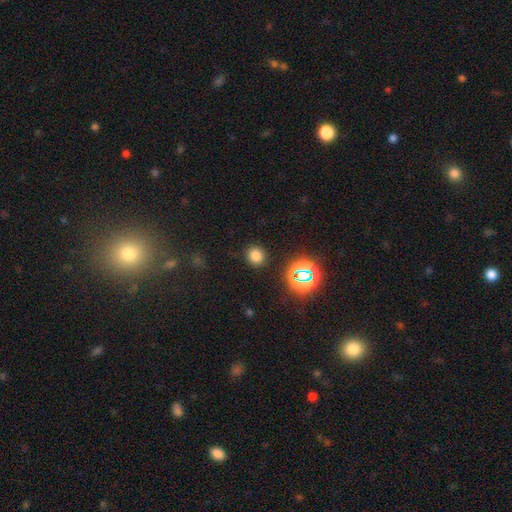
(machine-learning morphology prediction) type=smooth (74%); roundness=round (81%); merging=none (88%).